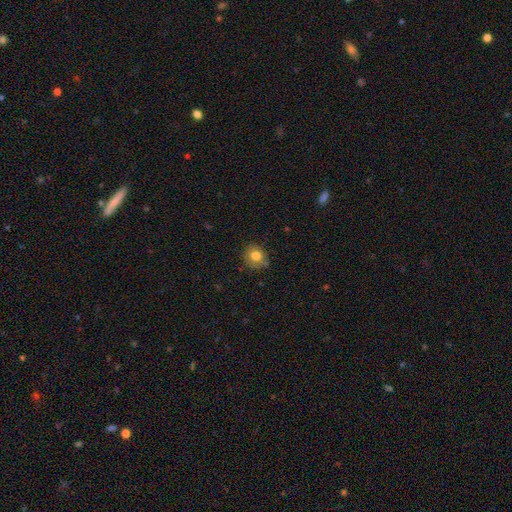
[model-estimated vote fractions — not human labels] This appears to be a smooth galaxy with no disk features (79%) that is round (76%). Merging: none (78%).